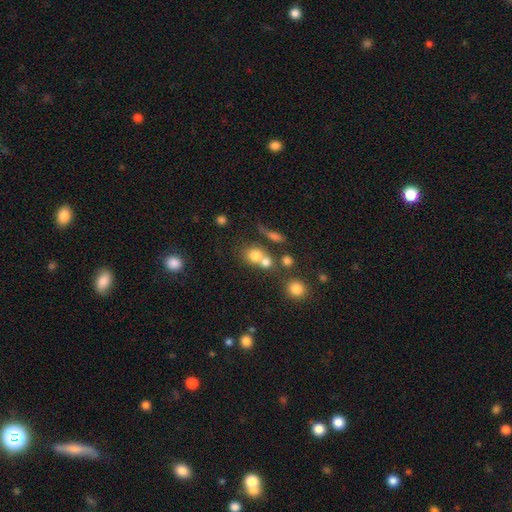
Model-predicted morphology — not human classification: A smooth galaxy with no disk features (72%) that is round (73%). Merging: merger (47%).